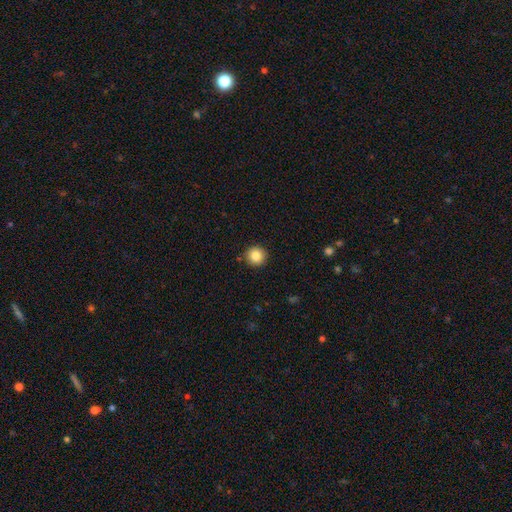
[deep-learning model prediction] Smooth or featured?
  - smooth: 85% *
  - star or artifact: 10%
  - featured or disk: 6%
How rounded?
  - round: 95% *
  - in between: 4%
  - cigar-shaped: 1%
Merging?
  - none: 91% *
  - minor disturbance: 6%
  - major disturbance: 2%
  - merger: 1%